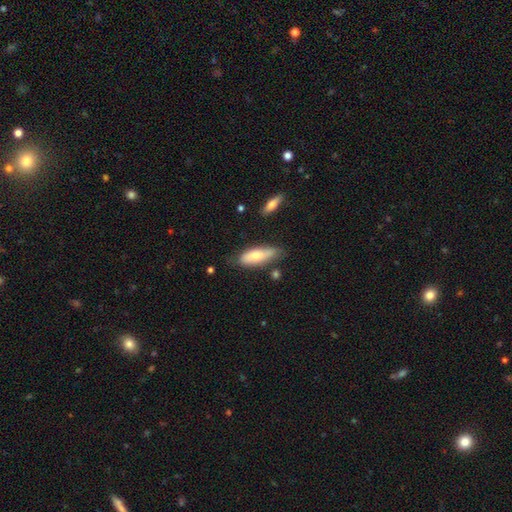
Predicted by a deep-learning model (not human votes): Smooth or featured: smooth — 70% (featured or disk — 24%)
How rounded: in between — 63% (cigar-shaped — 35%)
Merging: none — 67% (minor disturbance — 24%)